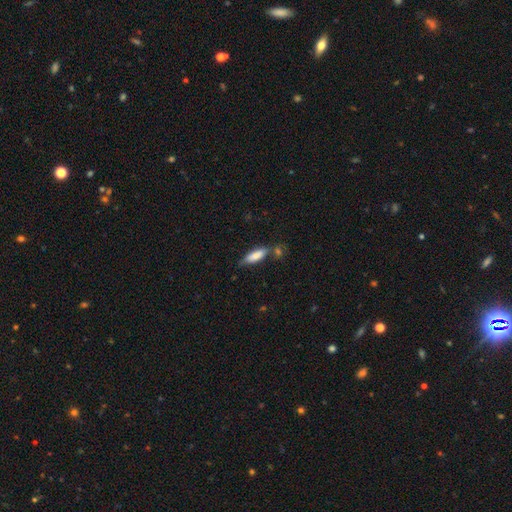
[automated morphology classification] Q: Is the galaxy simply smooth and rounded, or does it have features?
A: smooth — 75%.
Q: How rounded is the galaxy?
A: cigar-shaped — 55%.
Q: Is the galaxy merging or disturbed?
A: none — 61%.